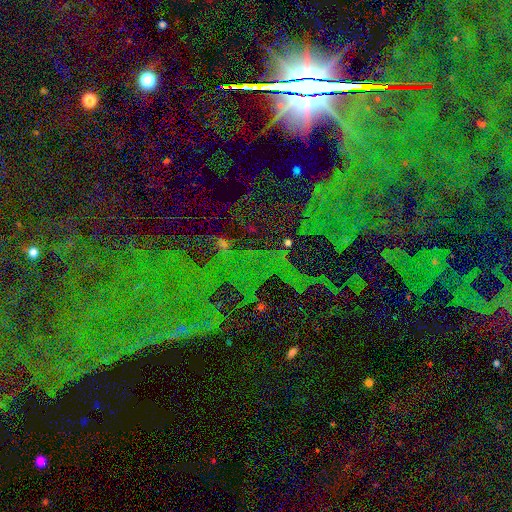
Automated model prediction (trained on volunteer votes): Q: Smooth or featured?
A: star or artifact (83%); runner-up: featured or disk (9%)